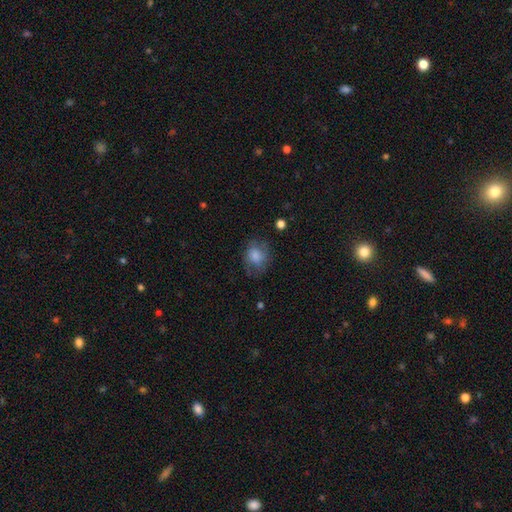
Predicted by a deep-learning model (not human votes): Smooth or featured? smooth (77%)
How rounded? round (56%)
Merging? none (61%)